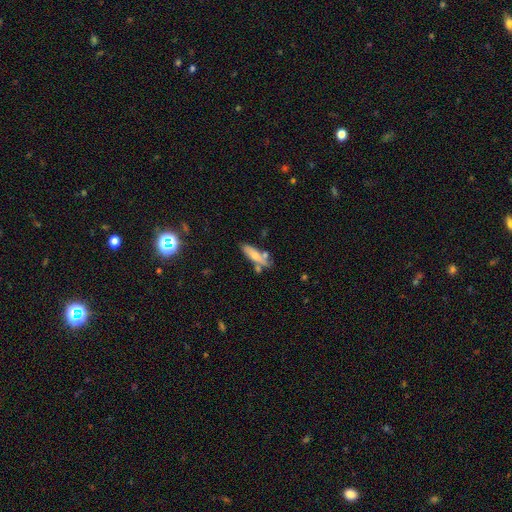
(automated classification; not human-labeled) smooth 63%, featured or disk 30%, star or artifact 7%. Down the decision tree: how rounded — cigar-shaped (60%); merging — none (56%).